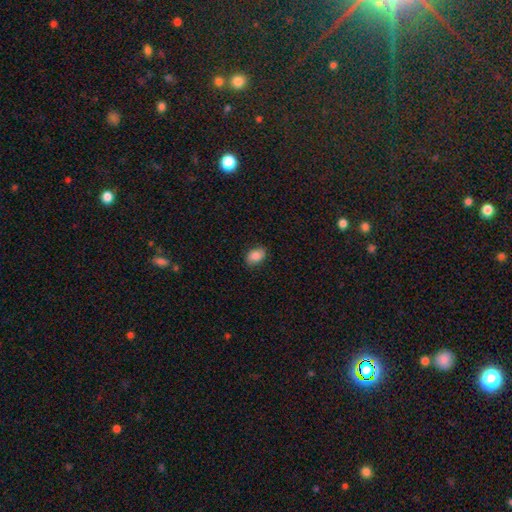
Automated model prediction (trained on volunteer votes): This is clearly a smooth galaxy (84%). How rounded: clearly in between (84%). Merging: clearly none (84%).